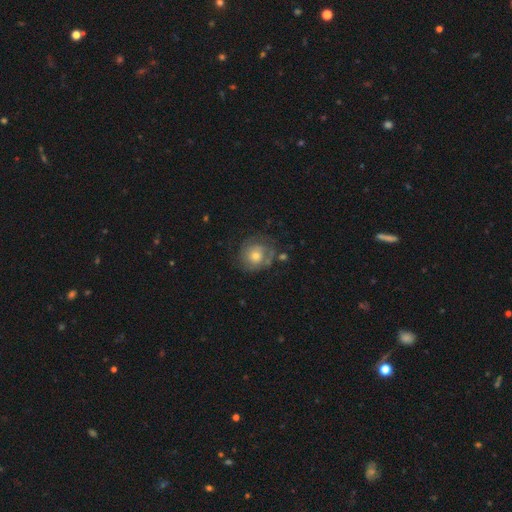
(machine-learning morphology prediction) Overall: featured or disk (59%; smooth 33%). Edge-on disk: no (97%). Bar: no (83%). Spiral arms: yes (77%). Bulge size: moderate (62%; small 30%). Merging: none (65%).